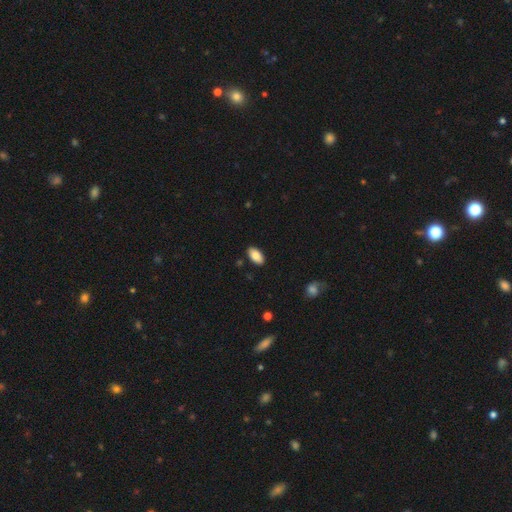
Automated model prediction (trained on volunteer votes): A smooth galaxy with no disk features (85%) that is in between round and cigar-shaped (94%).

Vote fractions:
- Smooth or featured? smooth: 85% / featured or disk: 8% / star or artifact: 7%
- How rounded? in between: 94% / cigar-shaped: 3% / round: 3%
- Merging? none: 88% / minor disturbance: 9% / major disturbance: 2% / merger: 1%